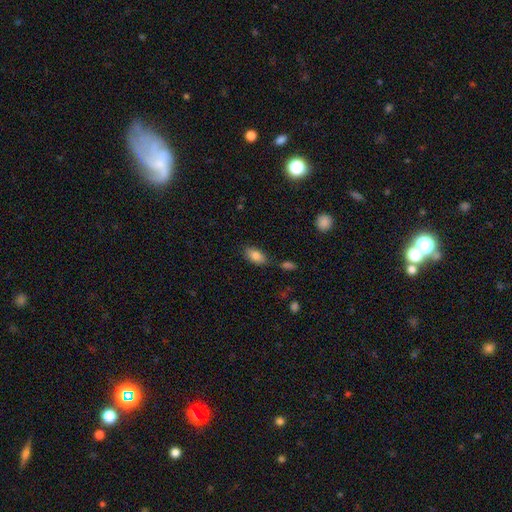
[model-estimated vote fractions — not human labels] Smooth or featured? smooth (83%)
How rounded? in between (91%)
Merging? none (77%)